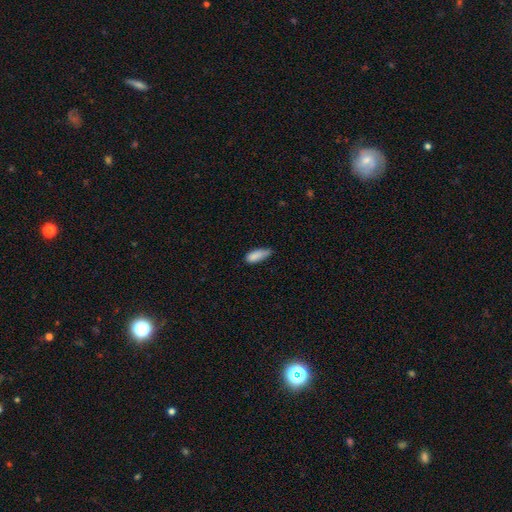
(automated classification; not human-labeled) Morphology: type=smooth (86%); roundness=in between (73%); merging=minor disturbance (44%, tied with none).